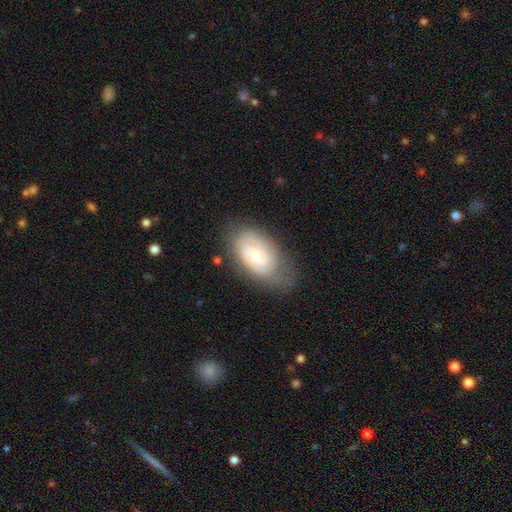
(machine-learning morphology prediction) Overall: featured or disk (72%). Edge-on disk: no (96%). Bar: no (53%; weak 41%). Spiral arms: yes (89%). Spiral arm count: 2 (57%; can't tell 27%). Spiral winding: tight (59%; medium 32%). Bulge size: moderate (52%; small 42%). Merging: none (66%).